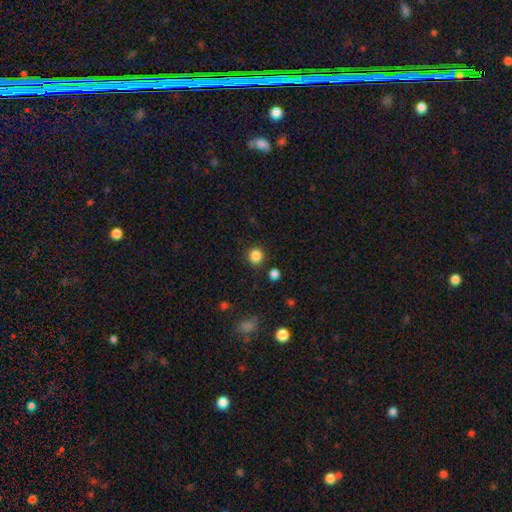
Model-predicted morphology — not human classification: smooth 85%, star or artifact 12%, featured or disk 4%. Down the decision tree: how rounded — round (91%); merging — none (88%).